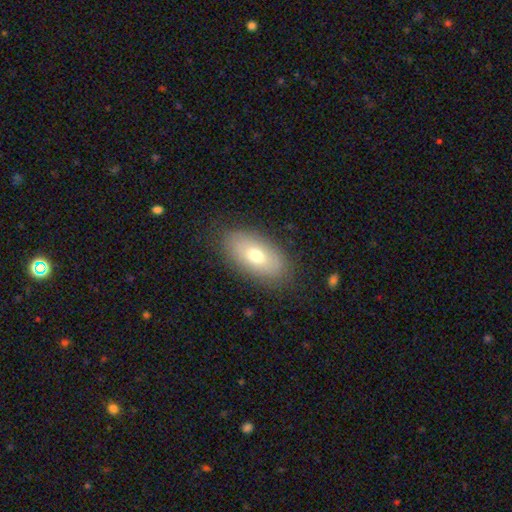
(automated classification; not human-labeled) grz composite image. It shows a smooth galaxy with no disk features (69%) that is in between round and cigar-shaped (92%). Merging: none (83%).